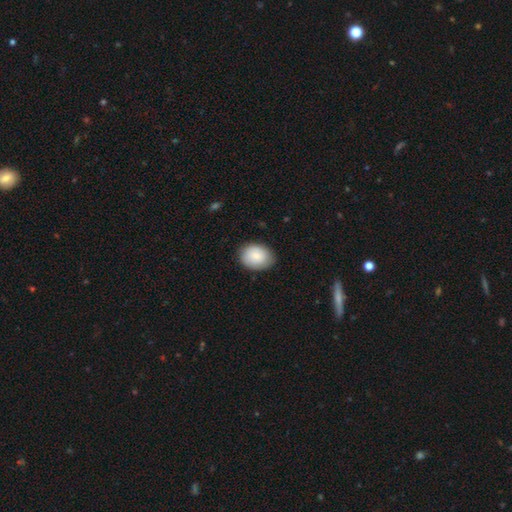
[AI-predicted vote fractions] The model was most divided on "how rounded": in between: 65%, round: 34%, cigar-shaped: 1%. More confident: smooth or featured — smooth (83%); merging — none (81%).